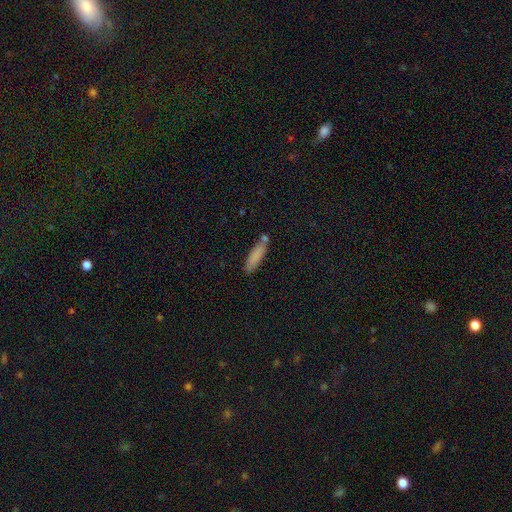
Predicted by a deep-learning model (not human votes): smooth-or-featured: smooth: 82% | featured or disk: 11% | star or artifact: 8%
  how-rounded: cigar-shaped: 69% | in between: 30% | round: 2%
  merging: none: 64% | minor disturbance: 17% | merger: 14% | major disturbance: 4%